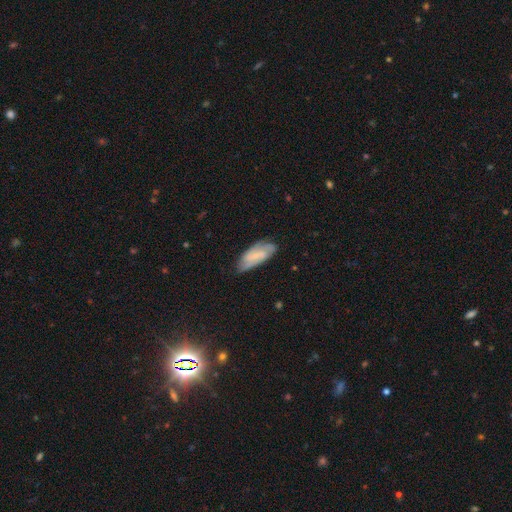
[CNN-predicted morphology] A featured or disk galaxy (50%).

Vote fractions:
- Smooth or featured? featured or disk: 50% / smooth: 42% / star or artifact: 7%
- Edge-on disk? no: 90% / yes: 10%
- Merging? none: 66% / minor disturbance: 26% / major disturbance: 6% / merger: 2%